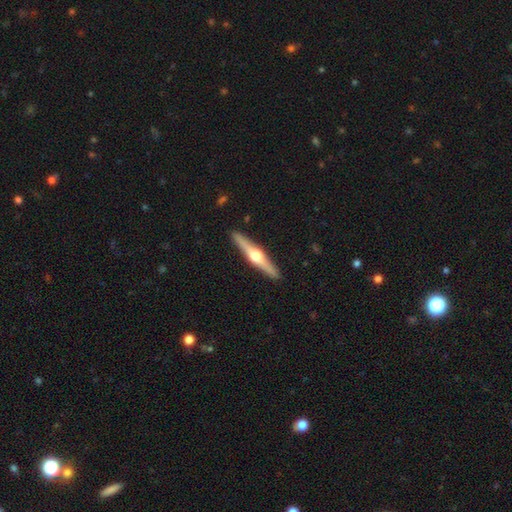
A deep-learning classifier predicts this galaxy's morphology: A featured or disk galaxy (75%) viewed edge-on (98%) with a rounded central bulge (95%). Merging: none (92%).